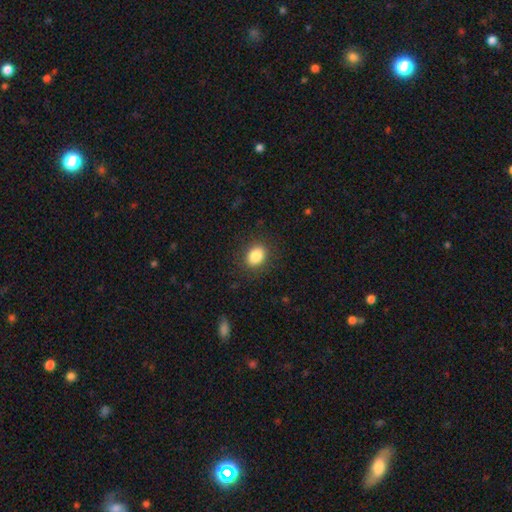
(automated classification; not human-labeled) smooth-or-featured: smooth: 85% | star or artifact: 9% | featured or disk: 6%
  how-rounded: in between: 57% | round: 42% | cigar-shaped: 1%
  merging: none: 86% | minor disturbance: 9% | major disturbance: 3% | merger: 1%